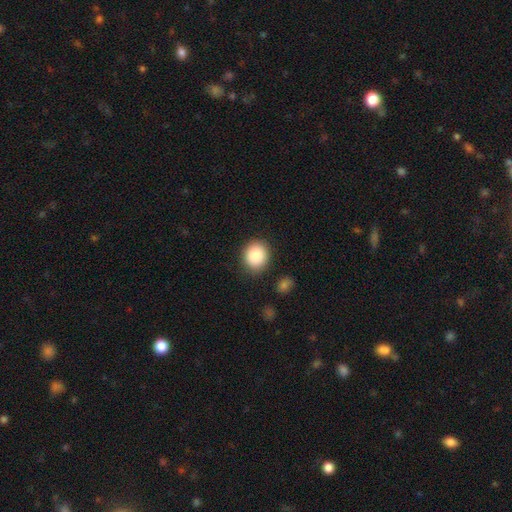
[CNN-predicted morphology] smooth-or-featured: smooth: 85% | star or artifact: 8% | featured or disk: 7%
  how-rounded: round: 76% | in between: 23% | cigar-shaped: 1%
  merging: none: 86% | minor disturbance: 9% | major disturbance: 3% | merger: 2%